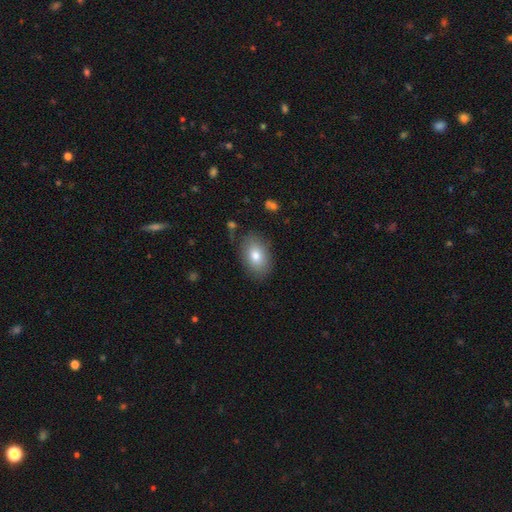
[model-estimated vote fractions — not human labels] This is likely a smooth galaxy (79%). How rounded: clearly in between (88%). Merging: likely none (80%).